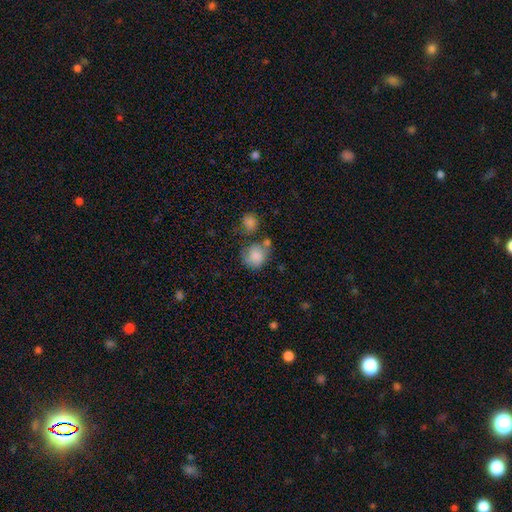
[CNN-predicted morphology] smooth-or-featured: smooth: 81% | featured or disk: 10% | star or artifact: 9%
  how-rounded: round: 77% | in between: 22% | cigar-shaped: 1%
  merging: none: 48% | minor disturbance: 21% | merger: 21% | major disturbance: 10%